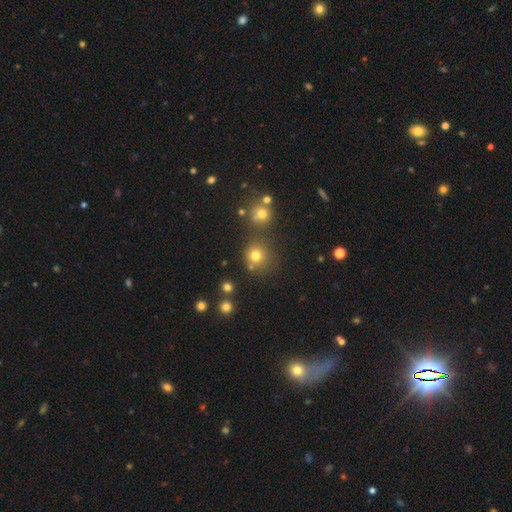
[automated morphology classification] Smooth or featured? smooth (75%)
How rounded? round (91%)
Merging? none (73%)